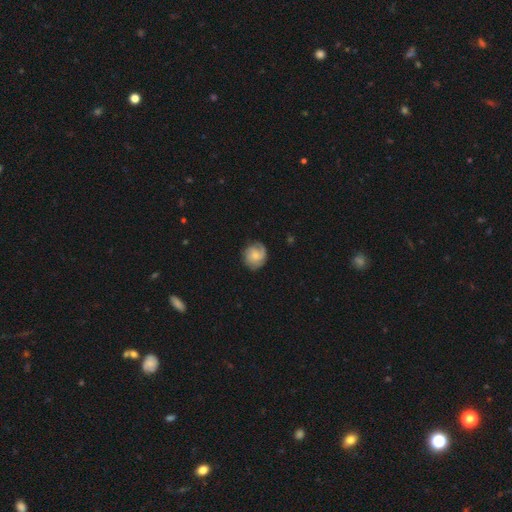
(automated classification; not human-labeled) Q: Smooth or featured?
A: featured or disk (60%); runner-up: smooth (33%)
Q: Edge-on disk?
A: no (98%); runner-up: yes (2%)
Q: Bar?
A: no (69%); runner-up: weak (27%)
Q: Spiral arms?
A: yes (93%); runner-up: no (7%)
Q: Spiral winding?
A: tight (50%); runner-up: medium (36%)
Q: Spiral arm count?
A: 2 (36%); runner-up: can't tell (22%)
Q: Bulge size?
A: small (48%); runner-up: moderate (35%)
Q: Merging?
A: none (76%); runner-up: minor disturbance (17%)